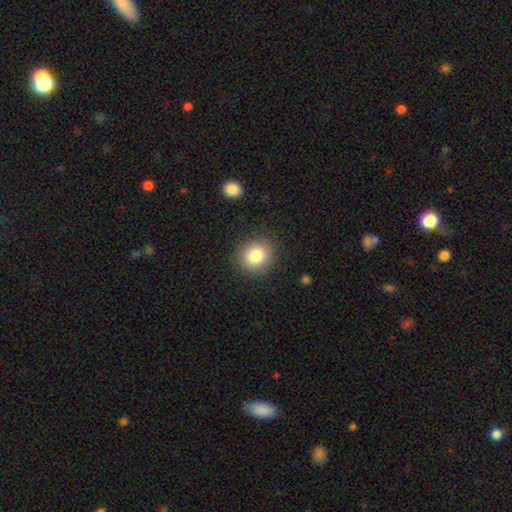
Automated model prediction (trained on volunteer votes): Smooth or featured?
  - smooth: 83% *
  - star or artifact: 10%
  - featured or disk: 7%
How rounded?
  - round: 81% *
  - in between: 18%
  - cigar-shaped: 1%
Merging?
  - none: 88% *
  - minor disturbance: 8%
  - major disturbance: 3%
  - merger: 1%